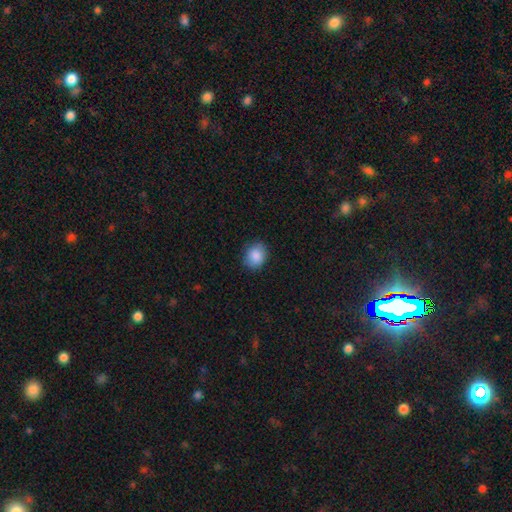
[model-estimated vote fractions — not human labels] smooth 88%, star or artifact 8%, featured or disk 4%. Down the decision tree: how rounded — round (58%); merging — none (84%).